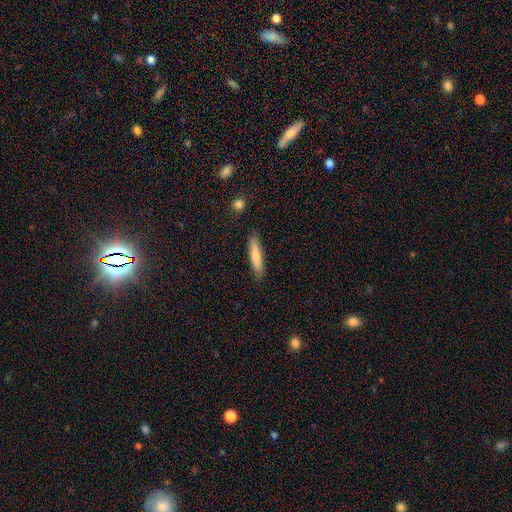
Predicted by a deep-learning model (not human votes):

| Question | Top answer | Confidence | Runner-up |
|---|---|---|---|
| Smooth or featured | smooth | 74% | featured or disk (20%) |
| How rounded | cigar-shaped | 89% | in between (10%) |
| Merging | none | 86% | minor disturbance (11%) |